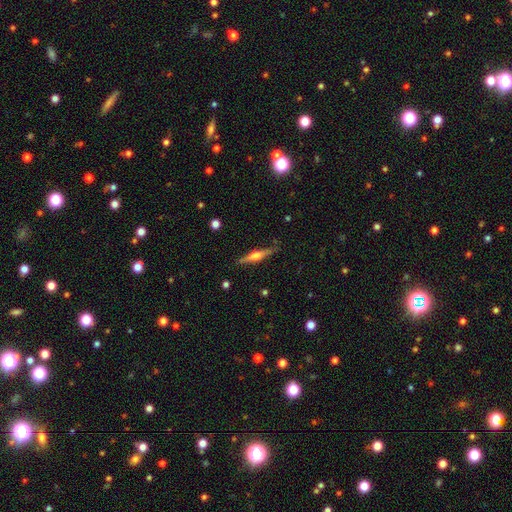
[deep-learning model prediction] This is likely a featured or disk galaxy (67%). It is clearly viewed edge-on (97%). Edge-on bulge: clearly rounded (86%). Merging: clearly none (86%).